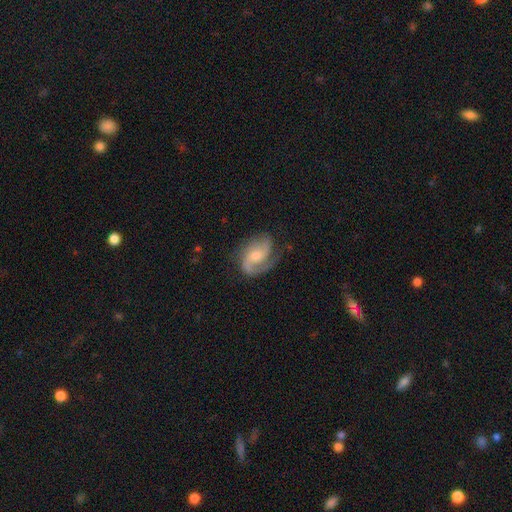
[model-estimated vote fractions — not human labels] Smooth or featured: featured or disk — 85% (smooth — 10%)
Edge-on disk: no — 98% (yes — 2%)
Bar: no — 57% (weak — 36%)
Spiral arms: yes — 97% (no — 3%)
Spiral winding: medium — 51% (loose — 25%)
Spiral arm count: 2 — 75% (1 — 14%)
Bulge size: moderate — 50% (small — 37%)
Merging: none — 66% (minor disturbance — 21%)